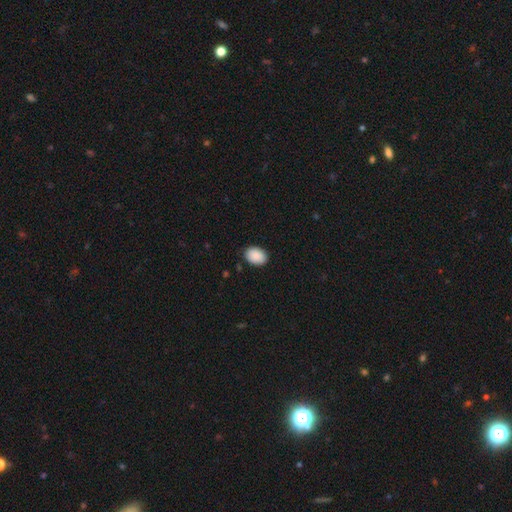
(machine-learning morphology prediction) A smooth galaxy with no disk features (90%) that is in between round and cigar-shaped (79%). Merging: none (87%).